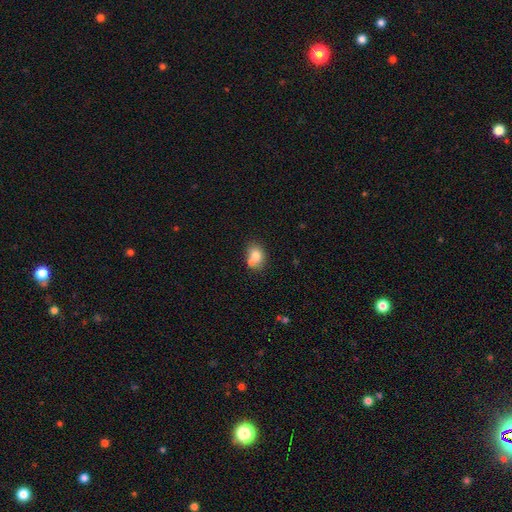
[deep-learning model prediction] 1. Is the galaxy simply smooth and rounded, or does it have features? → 75% smooth, 16% featured or disk, 10% star or artifact.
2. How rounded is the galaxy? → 55% in between, 44% round, 1% cigar-shaped.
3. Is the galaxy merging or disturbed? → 48% none, 37% merger, 11% minor disturbance, 4% major disturbance.